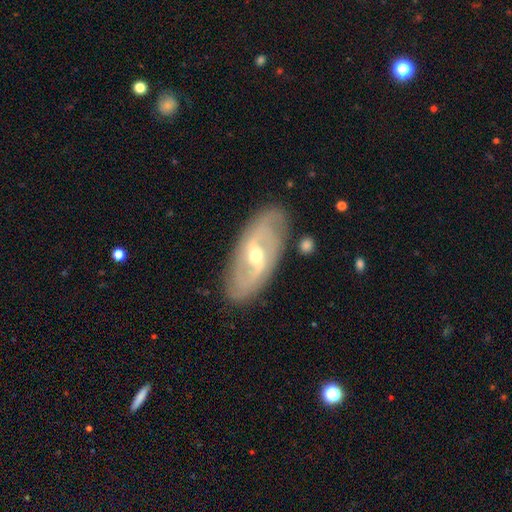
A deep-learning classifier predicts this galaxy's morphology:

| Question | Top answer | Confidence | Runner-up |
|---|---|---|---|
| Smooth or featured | featured or disk | 81% | smooth (13%) |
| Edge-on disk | no | 91% | yes (9%) |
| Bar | weak | 49% | strong (29%) |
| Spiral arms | yes | 89% | no (11%) |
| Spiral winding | medium | 40% | loose (31%) |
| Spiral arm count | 2 | 74% | can't tell (15%) |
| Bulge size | moderate | 54% | small (42%) |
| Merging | none | 82% | minor disturbance (13%) |